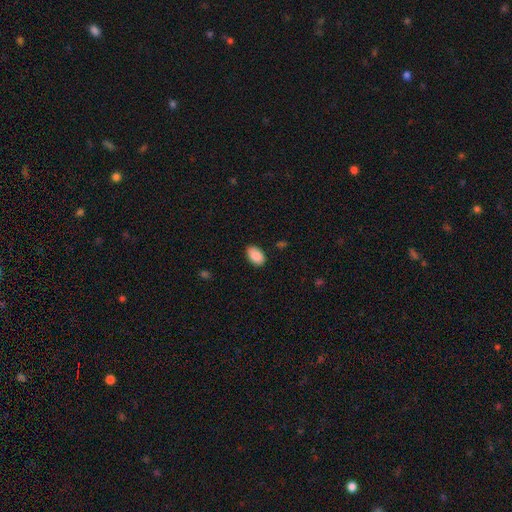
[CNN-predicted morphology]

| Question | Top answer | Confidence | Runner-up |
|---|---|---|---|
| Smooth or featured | smooth | 90% | star or artifact (7%) |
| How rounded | in between | 92% | round (7%) |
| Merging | none | 86% | minor disturbance (11%) |